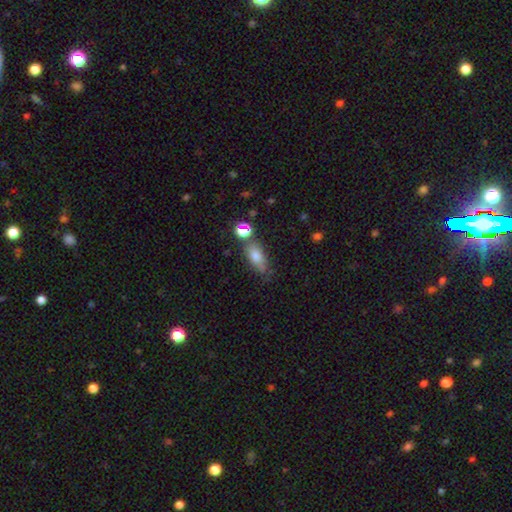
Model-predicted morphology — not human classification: Q: Smooth or featured?
A: smooth (74%); runner-up: featured or disk (14%)
Q: How rounded?
A: in between (75%); runner-up: cigar-shaped (17%)
Q: Merging?
A: none (59%); runner-up: minor disturbance (22%)